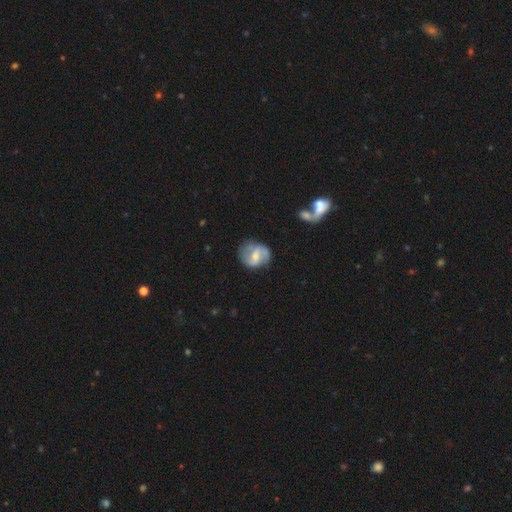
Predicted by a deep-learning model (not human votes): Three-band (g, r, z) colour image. It shows a featured or disk galaxy (67%) with a weak bar (50%), 2 (82%) medium (42%) spiral arms (83%) and a moderate central bulge (46%, tied with small). Merging: none (68%).